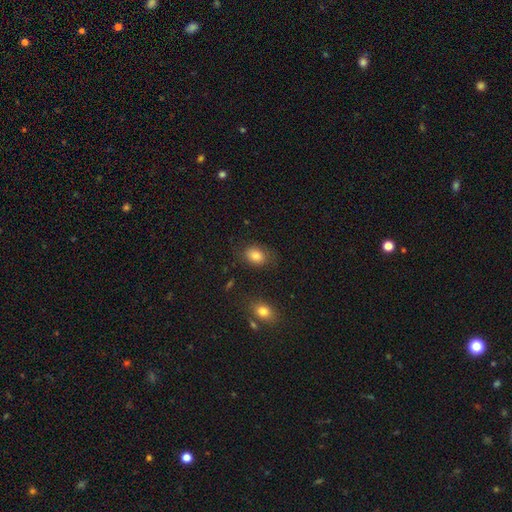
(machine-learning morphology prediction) Smooth or featured? smooth (82%)
How rounded? in between (71%)
Merging? none (77%)